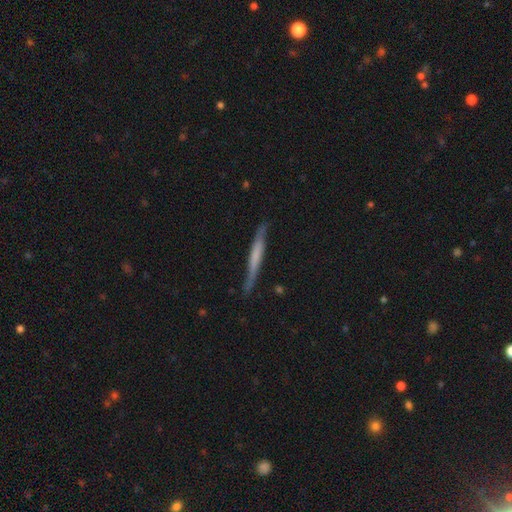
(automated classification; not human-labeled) smooth_or_featured: featured or disk (p=0.53) [alt: smooth p=0.41]
disk_edge_on: yes (p=0.93) [alt: no p=0.07]
merging: none (p=0.80) [alt: minor disturbance p=0.15]